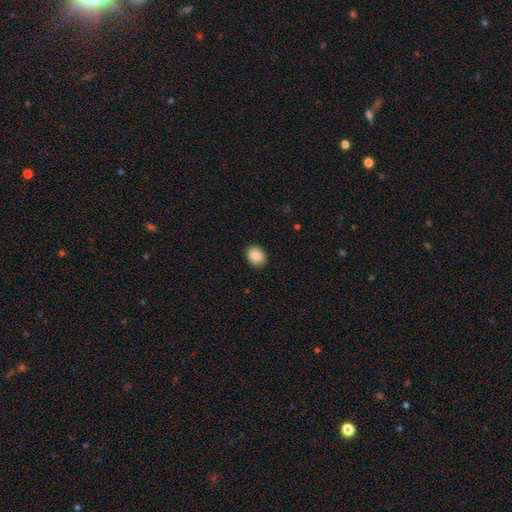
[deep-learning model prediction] Smooth or featured?
  - smooth: 86% *
  - star or artifact: 8%
  - featured or disk: 6%
How rounded?
  - round: 50% *
  - in between: 49%
  - cigar-shaped: 1%
Merging?
  - none: 91% *
  - minor disturbance: 6%
  - major disturbance: 2%
  - merger: 1%